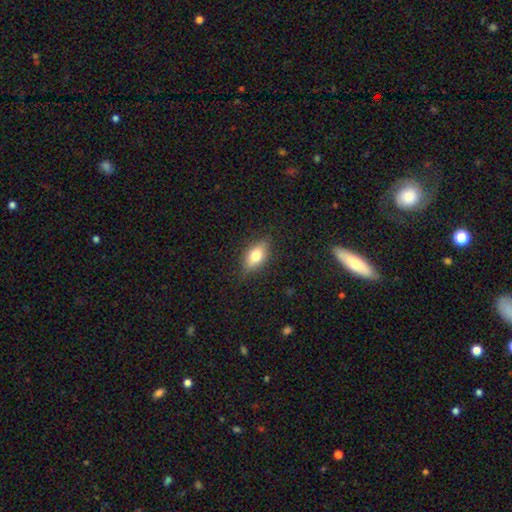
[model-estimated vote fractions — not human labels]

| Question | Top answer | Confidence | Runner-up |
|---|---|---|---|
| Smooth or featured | smooth | 67% | featured or disk (24%) |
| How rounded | in between | 80% | round (11%) |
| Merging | none | 82% | minor disturbance (14%) |